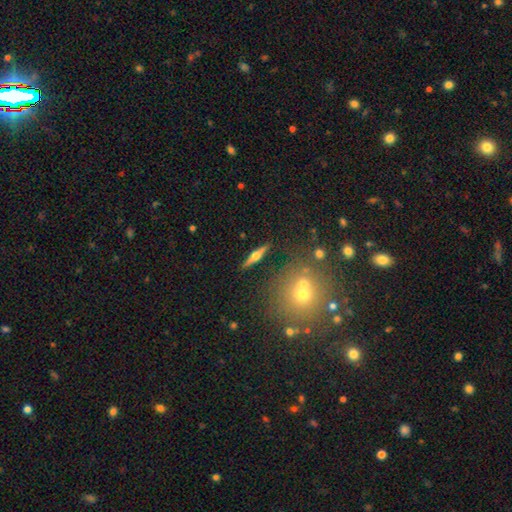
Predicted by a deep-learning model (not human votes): Smooth or featured? Predicted: featured or disk (p=0.68). Edge-on disk? Predicted: yes (p=0.96). Edge-on bulge? Predicted: rounded (p=0.93). Merging? Predicted: none (p=0.86).